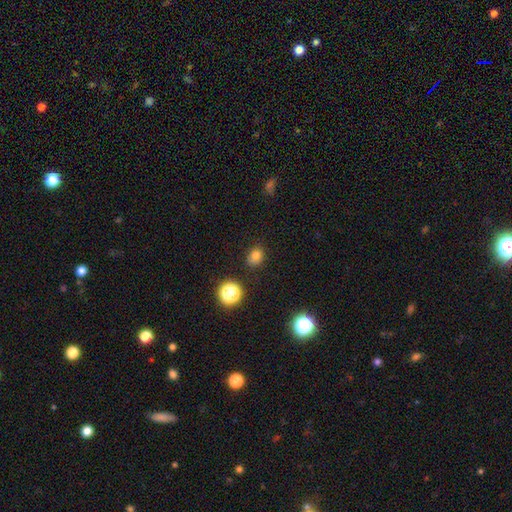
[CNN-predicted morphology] Smooth or featured: smooth — 77% (star or artifact — 16%)
How rounded: round — 56% (in between — 43%)
Merging: none — 82% (minor disturbance — 12%)